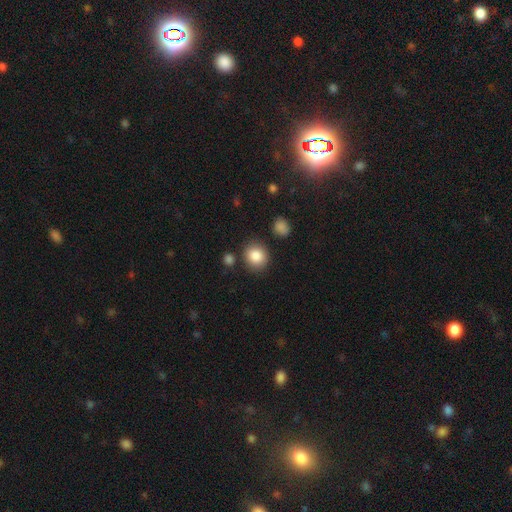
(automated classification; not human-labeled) A smooth galaxy with no disk features (86%) that is round (77%).

Vote fractions:
- Smooth or featured? smooth: 86% / star or artifact: 9% / featured or disk: 5%
- How rounded? round: 77% / in between: 22% / cigar-shaped: 1%
- Merging? none: 82% / minor disturbance: 10% / merger: 5% / major disturbance: 3%